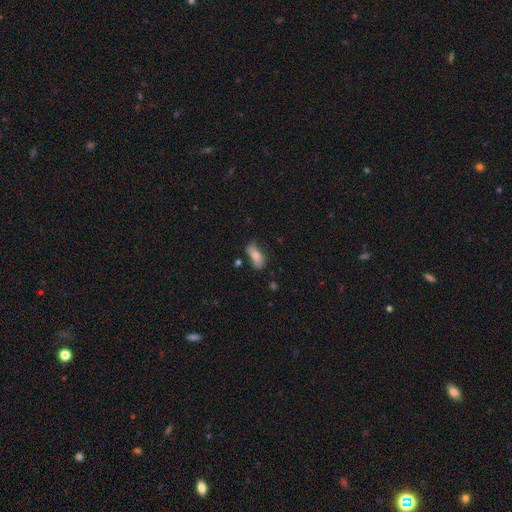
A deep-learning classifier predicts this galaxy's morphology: Smooth or featured?
  - smooth: 79% *
  - featured or disk: 13%
  - star or artifact: 8%
How rounded?
  - in between: 86% *
  - cigar-shaped: 11%
  - round: 3%
Merging?
  - none: 65% *
  - minor disturbance: 24%
  - major disturbance: 6%
  - merger: 5%